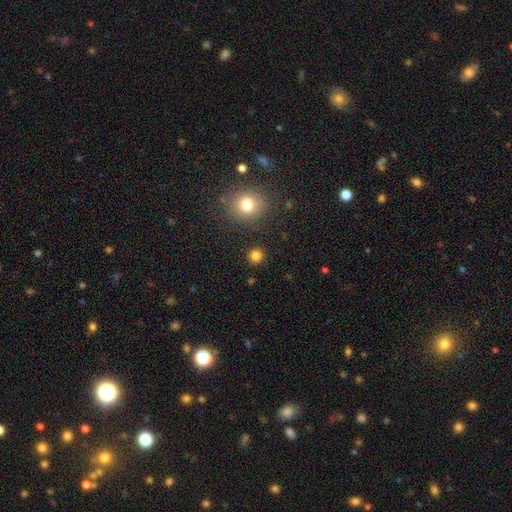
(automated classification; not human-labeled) This is clearly a smooth galaxy (81%). How rounded: clearly round (93%). Merging: clearly none (90%).